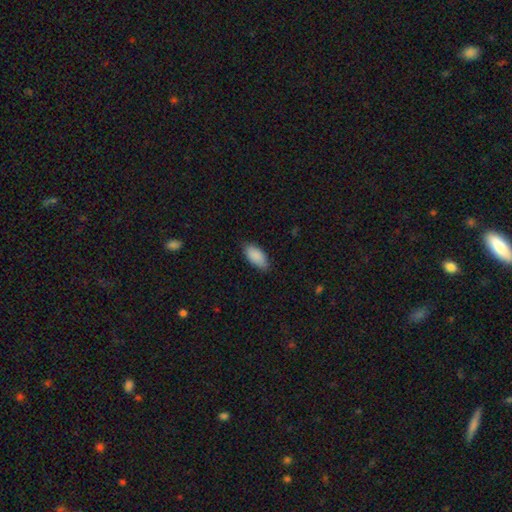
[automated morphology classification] Smooth or featured: smooth — 89% (star or artifact — 6%)
How rounded: in between — 92% (cigar-shaped — 6%)
Merging: none — 80% (minor disturbance — 16%)